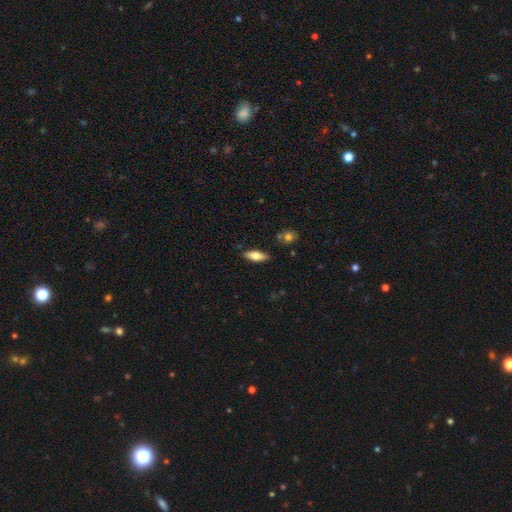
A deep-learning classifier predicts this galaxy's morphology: A smooth galaxy with no disk features (64%) that is in between round and cigar-shaped (64%). Merging: none (85%).